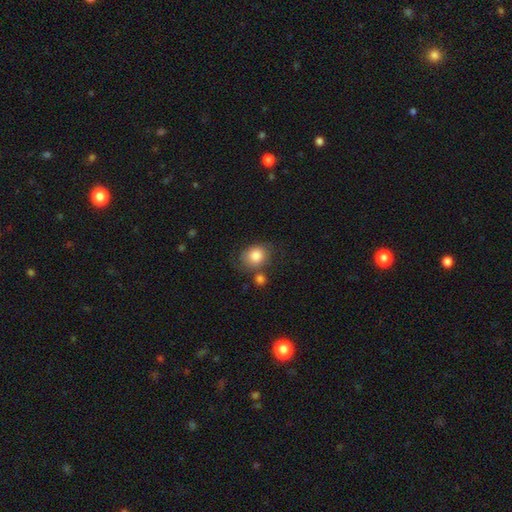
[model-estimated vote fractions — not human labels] Smooth or featured: smooth — 82% (featured or disk — 10%)
How rounded: round — 56% (in between — 43%)
Merging: none — 56% (minor disturbance — 21%)